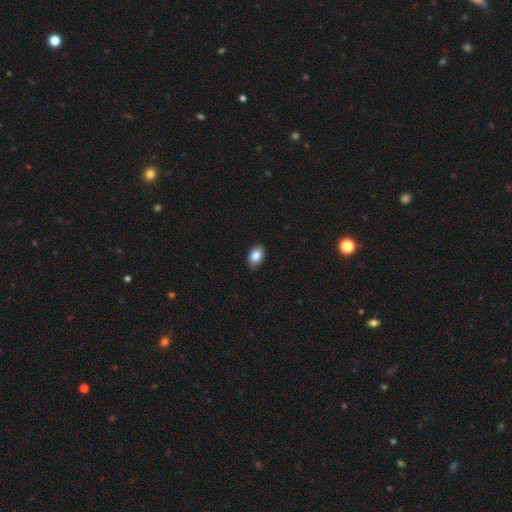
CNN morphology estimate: smooth 86%, star or artifact 7%, featured or disk 7%. Down the decision tree: how rounded — in between (89%); merging — none (86%).